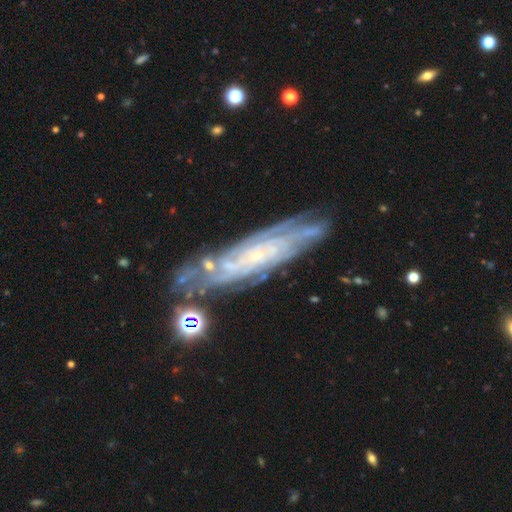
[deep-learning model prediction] Overall: featured or disk (84%). Edge-on disk: no (79%). Bar: no (69%). Spiral arms: yes (95%). Spiral arm count: can't tell (43%; 4 18%). Spiral winding: tight (73%). Bulge size: small (83%). Merging: none (74%).